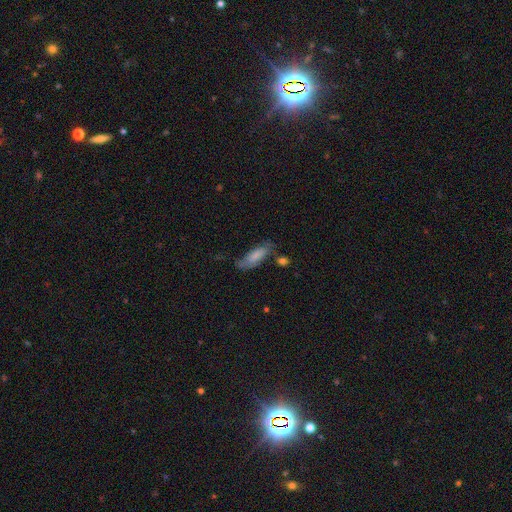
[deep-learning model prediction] A smooth galaxy with no disk features (70%) that is in between round and cigar-shaped (64%). Merging: none (51%).